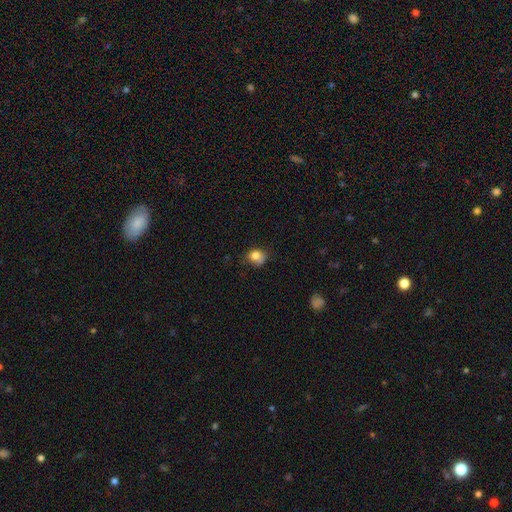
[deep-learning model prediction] Q: Smooth or featured?
A: smooth (80%); runner-up: star or artifact (10%)
Q: How rounded?
A: round (56%); runner-up: in between (43%)
Q: Merging?
A: none (52%); runner-up: minor disturbance (33%)